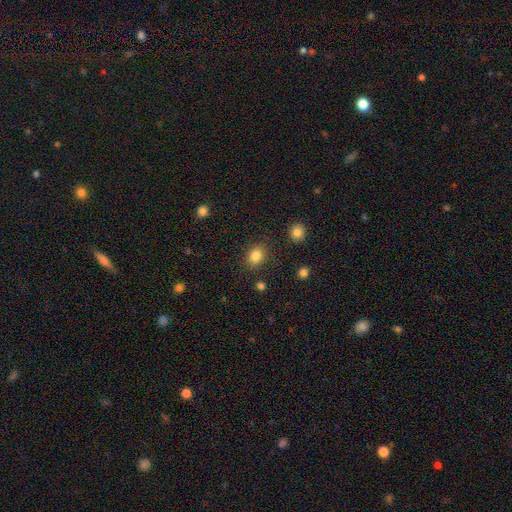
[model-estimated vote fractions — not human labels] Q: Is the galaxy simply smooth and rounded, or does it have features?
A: smooth — 83%.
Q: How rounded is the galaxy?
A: in between — 51%.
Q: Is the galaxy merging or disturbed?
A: none — 85%.